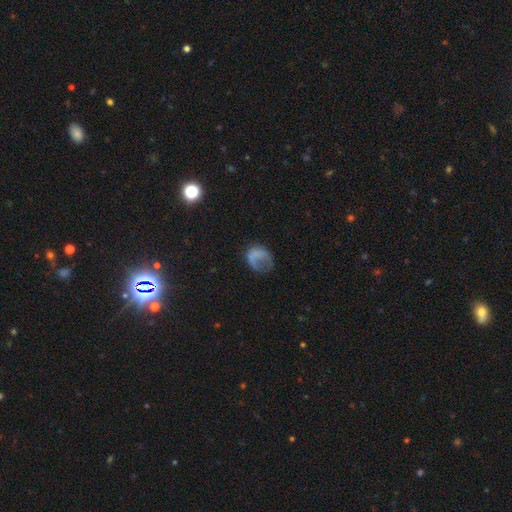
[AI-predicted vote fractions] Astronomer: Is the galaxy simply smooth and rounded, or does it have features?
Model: smooth — 61%.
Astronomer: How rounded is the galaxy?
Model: round — 53% (runner-up: in between, 46%).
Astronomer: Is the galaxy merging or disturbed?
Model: major disturbance — 38% (runner-up: none, 35%).